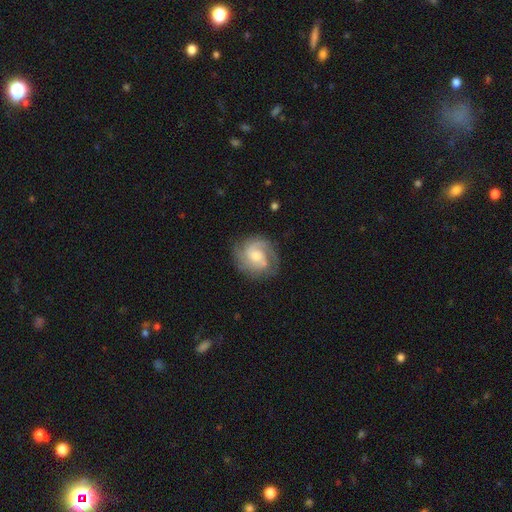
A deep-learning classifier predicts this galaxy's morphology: Smooth or featured? featured or disk (80%)
Edge-on disk? no (98%)
Bar? no (61%)
Spiral arms? yes (96%)
Spiral winding? tight (46%)
Spiral arm count? 2 (39%)
Bulge size? moderate (44%)
Merging? none (74%)